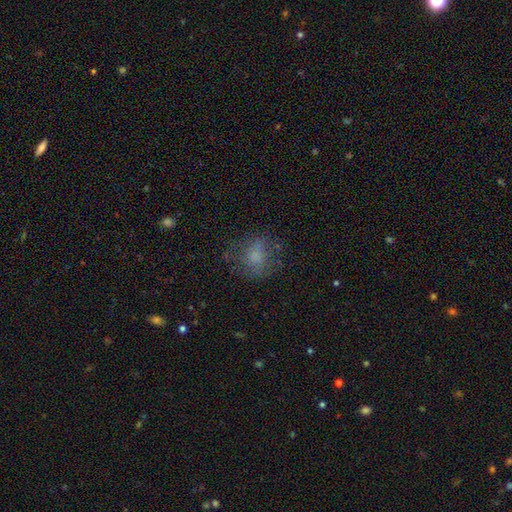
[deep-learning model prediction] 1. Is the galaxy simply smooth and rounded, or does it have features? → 64% smooth, 22% featured or disk, 15% star or artifact.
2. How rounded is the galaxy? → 66% round, 33% in between, 1% cigar-shaped.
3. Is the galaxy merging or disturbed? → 62% none, 20% minor disturbance, 16% major disturbance, 2% merger.